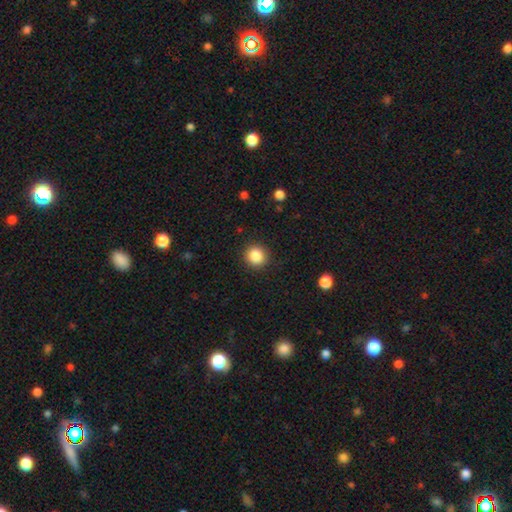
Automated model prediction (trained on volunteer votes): Smooth or featured? smooth (86%)
How rounded? round (93%)
Merging? none (91%)